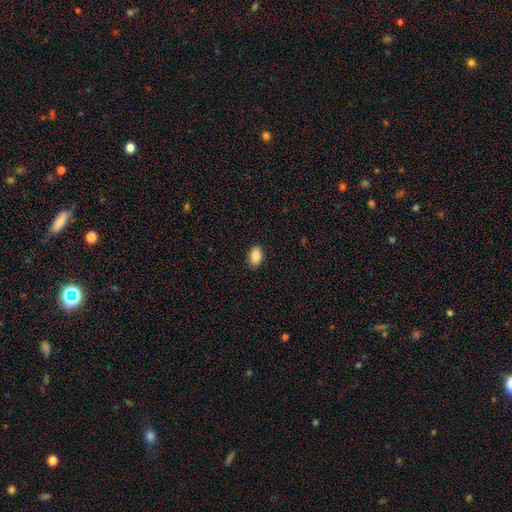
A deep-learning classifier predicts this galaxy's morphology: This appears to be a smooth galaxy with no disk features (87%) that is in between round and cigar-shaped (91%). Merging: none (89%).